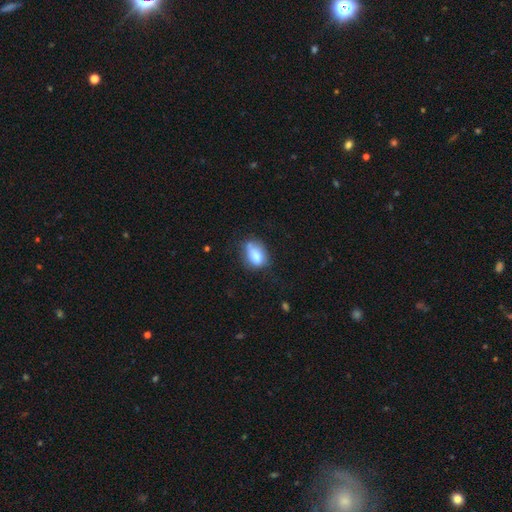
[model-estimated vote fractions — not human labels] This is likely a smooth galaxy (77%). How rounded: likely in between (80%). Merging: possibly none (46%).